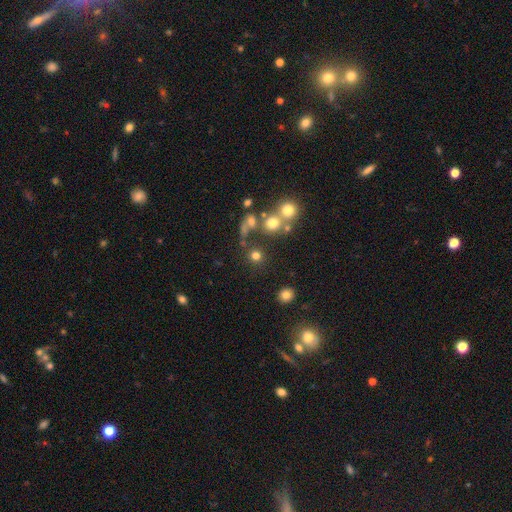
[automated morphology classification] smooth-or-featured: smooth: 76% | star or artifact: 16% | featured or disk: 8%
  how-rounded: round: 92% | in between: 7% | cigar-shaped: 1%
  merging: none: 73% | merger: 14% | minor disturbance: 8% | major disturbance: 5%